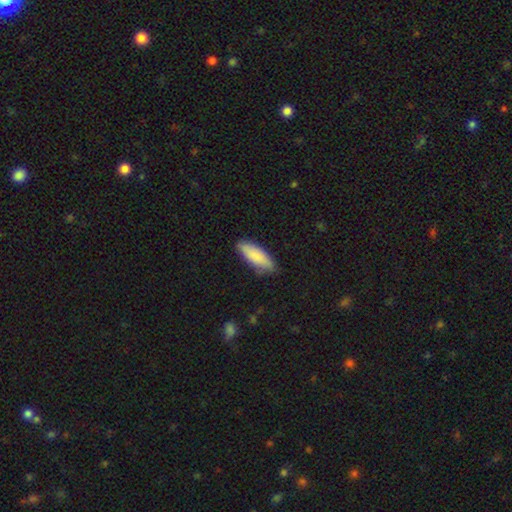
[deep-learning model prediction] The model was most divided on "how rounded": in between: 61%, cigar-shaped: 37%, round: 2%. More confident: smooth or featured — smooth (85%); merging — none (82%).